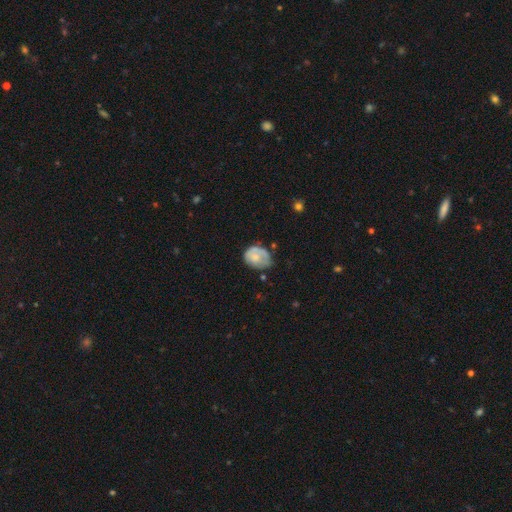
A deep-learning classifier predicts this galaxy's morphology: Smooth or featured? Predicted: smooth (p=0.60). How rounded? Predicted: in between (p=0.52). Merging? Predicted: none (p=0.46).